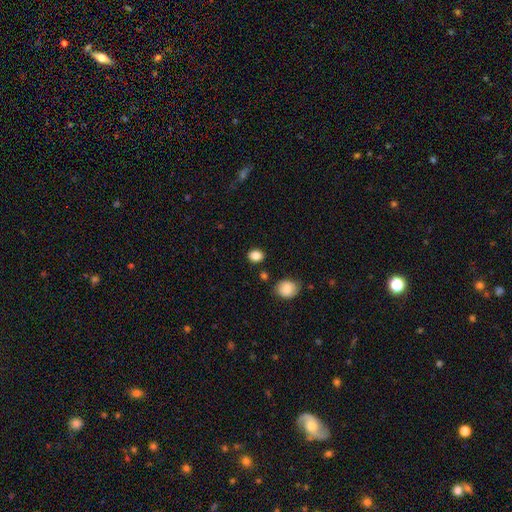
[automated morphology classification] Overall: smooth (86%). How rounded: round (52%; in between 47%). Merging: none (85%).